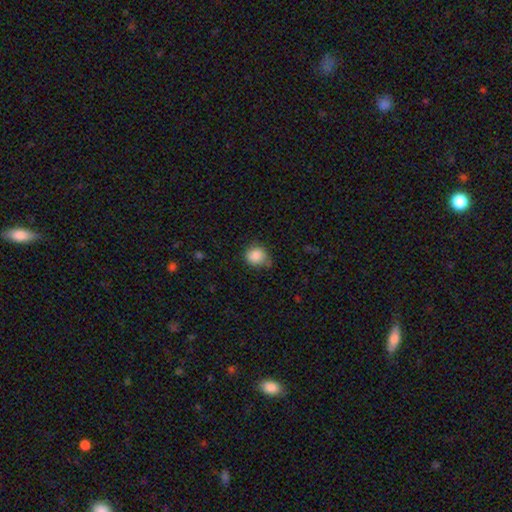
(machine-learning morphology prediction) smooth 87%, star or artifact 9%, featured or disk 4%. Down the decision tree: how rounded — round (83%); merging — none (66%).